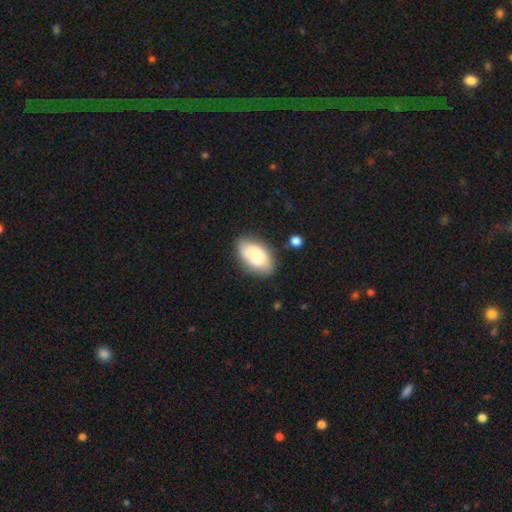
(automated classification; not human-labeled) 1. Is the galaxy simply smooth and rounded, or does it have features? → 76% smooth, 17% featured or disk, 7% star or artifact.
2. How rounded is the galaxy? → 94% in between, 5% round, 2% cigar-shaped.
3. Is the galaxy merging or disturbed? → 69% none, 21% minor disturbance, 5% major disturbance, 4% merger.